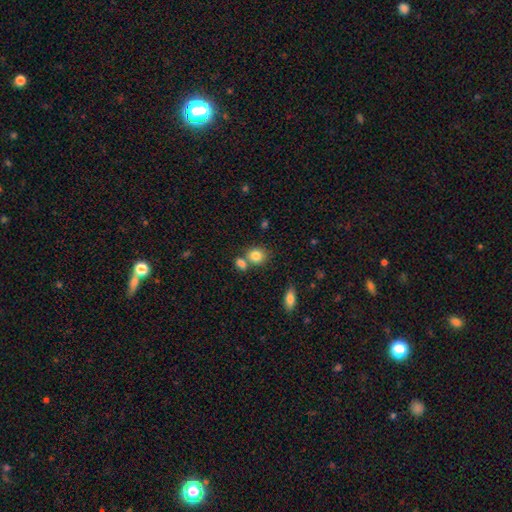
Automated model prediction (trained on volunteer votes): Smooth or featured?
  - smooth: 84% *
  - star or artifact: 9%
  - featured or disk: 7%
How rounded?
  - round: 69% *
  - in between: 29%
  - cigar-shaped: 1%
Merging?
  - none: 57% *
  - merger: 29%
  - minor disturbance: 10%
  - major disturbance: 4%